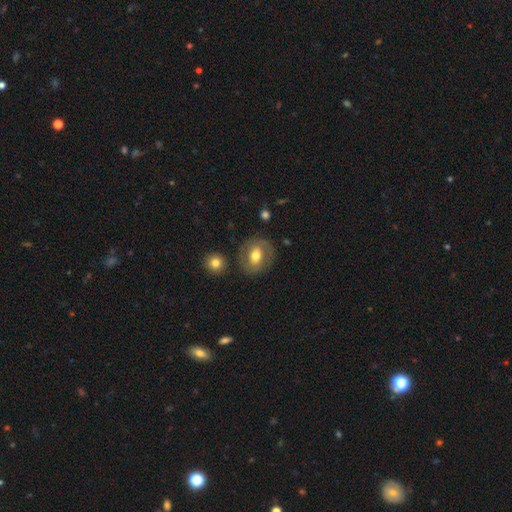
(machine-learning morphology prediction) smooth-or-featured: smooth: 47% | featured or disk: 46% | star or artifact: 7%
  merging: none: 78% | minor disturbance: 13% | major disturbance: 6% | merger: 3%